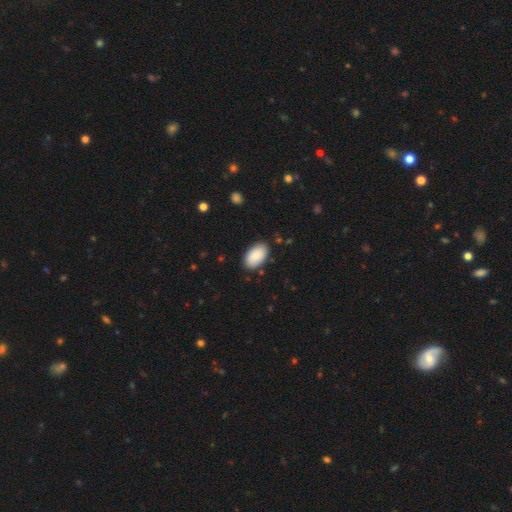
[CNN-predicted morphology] smooth_or_featured: smooth (p=0.89) [alt: star or artifact p=0.06]
how_rounded: in between (p=0.95) [alt: round p=0.04]
merging: none (p=0.86) [alt: minor disturbance p=0.10]